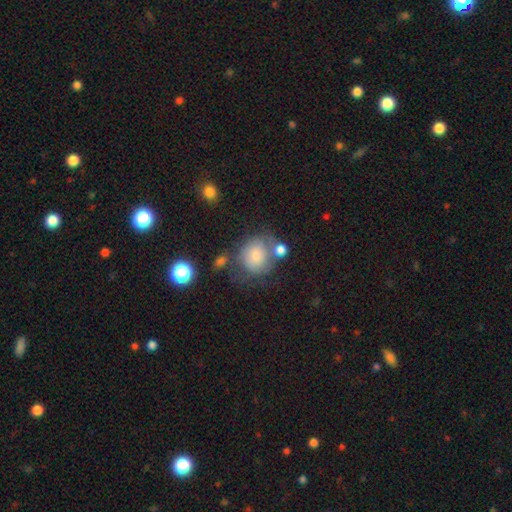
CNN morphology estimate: Smooth or featured: smooth — 69% (featured or disk — 22%)
How rounded: round — 73% (in between — 27%)
Merging: none — 41% (minor disturbance — 23%)